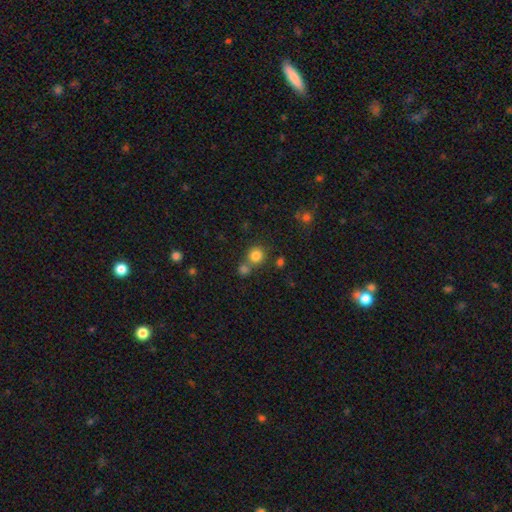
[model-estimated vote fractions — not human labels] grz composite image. It shows a smooth galaxy with no disk features (81%) that is round (89%). Merging: none (61%).